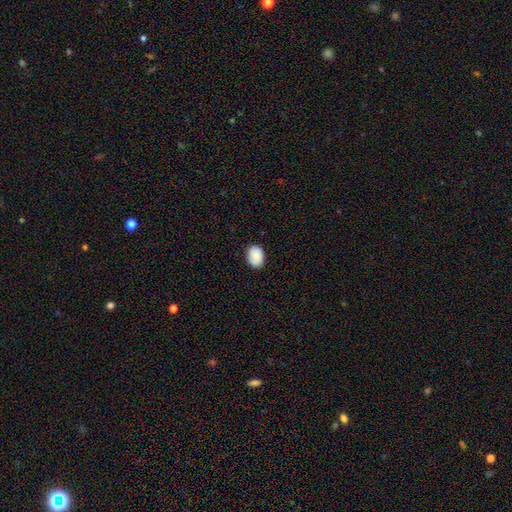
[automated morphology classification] smooth-or-featured: smooth: 83% | featured or disk: 10% | star or artifact: 7%
  how-rounded: in between: 69% | round: 30% | cigar-shaped: 1%
  merging: none: 84% | minor disturbance: 13% | major disturbance: 2% | merger: 1%